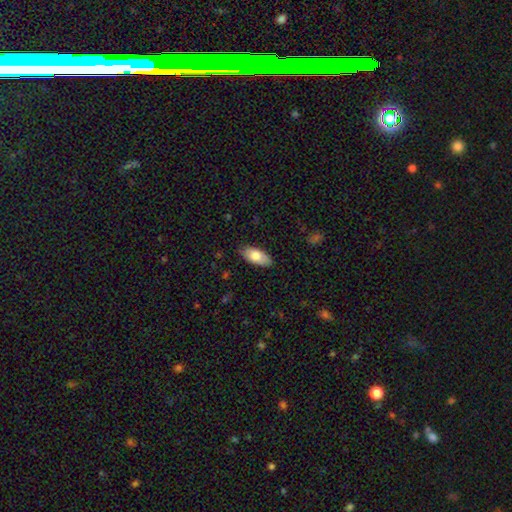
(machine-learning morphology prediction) This is likely a smooth galaxy (78%). How rounded: clearly in between (89%). Merging: clearly none (84%).